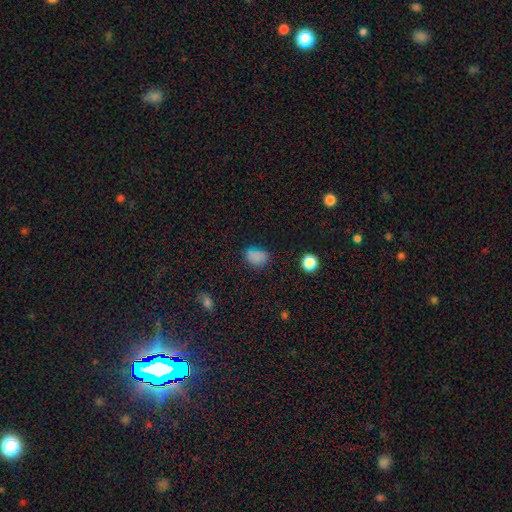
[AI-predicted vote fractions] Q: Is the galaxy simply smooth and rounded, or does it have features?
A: smooth — 77%.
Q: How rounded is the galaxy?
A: in between — 75%.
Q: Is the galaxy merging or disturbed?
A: none — 74%.